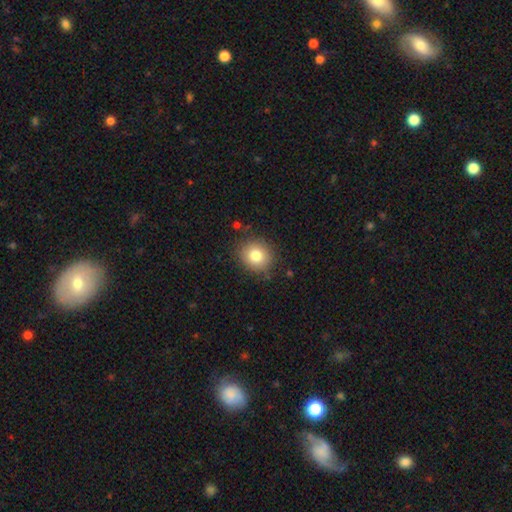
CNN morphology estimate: A smooth galaxy with no disk features (81%) that is round (81%).

Vote fractions:
- Smooth or featured? smooth: 81% / star or artifact: 10% / featured or disk: 9%
- How rounded? round: 81% / in between: 18% / cigar-shaped: 1%
- Merging? none: 85% / minor disturbance: 10% / major disturbance: 3% / merger: 2%